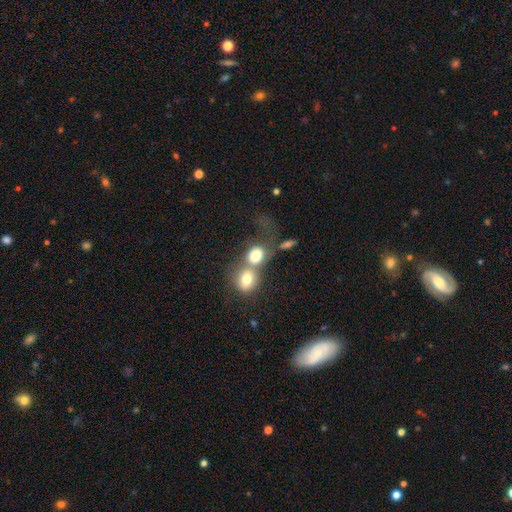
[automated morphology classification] A smooth galaxy with no disk features (75%) that is round (61%).

Vote fractions:
- Smooth or featured? smooth: 75% / featured or disk: 15% / star or artifact: 10%
- How rounded? round: 61% / in between: 37% / cigar-shaped: 1%
- Merging? merger: 63% / none: 20% / major disturbance: 11% / minor disturbance: 7%